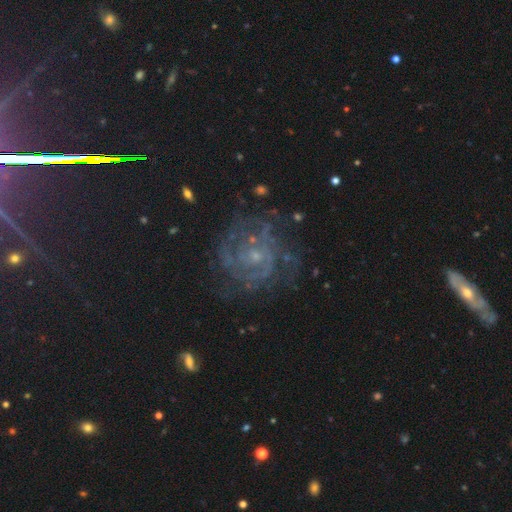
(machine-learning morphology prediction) The model was most divided on "spiral arm count": can't tell: 37%, 2: 22%, 3: 18%, 4: 10%, more than 4: 7%, 1: 7%. More confident: edge-on disk — no (98%); spiral arms — yes (91%); smooth or featured — featured or disk (78%); bulge size — small (71%); bar — no (71%); merging — none (70%); spiral winding — tight (59%).